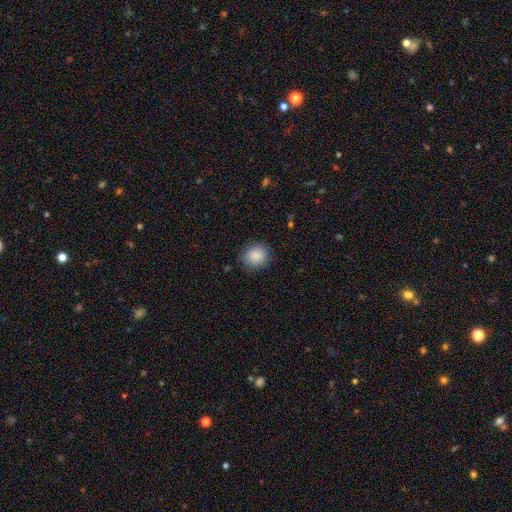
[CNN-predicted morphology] type=smooth (88%); roundness=round (83%); merging=none (89%).